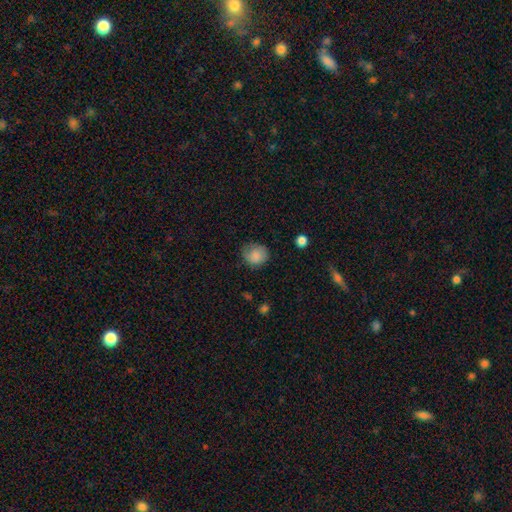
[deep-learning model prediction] smooth_or_featured: smooth (p=0.81) [alt: featured or disk p=0.11]
how_rounded: round (p=0.78) [alt: in between p=0.22]
merging: none (p=0.66) [alt: minor disturbance p=0.25]